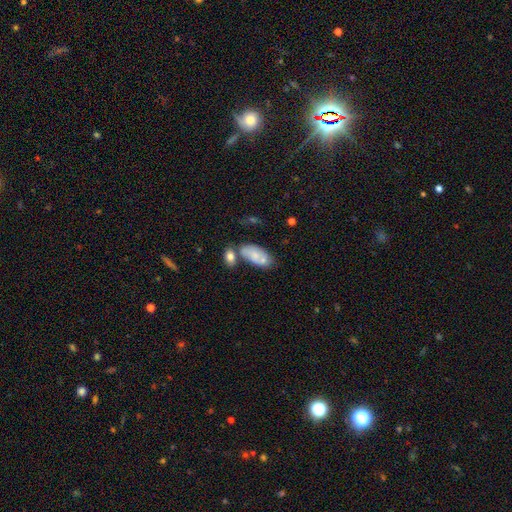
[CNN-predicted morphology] smooth 68%, featured or disk 25%, star or artifact 7%. Down the decision tree: how rounded — in between (91%); merging — none (46%).